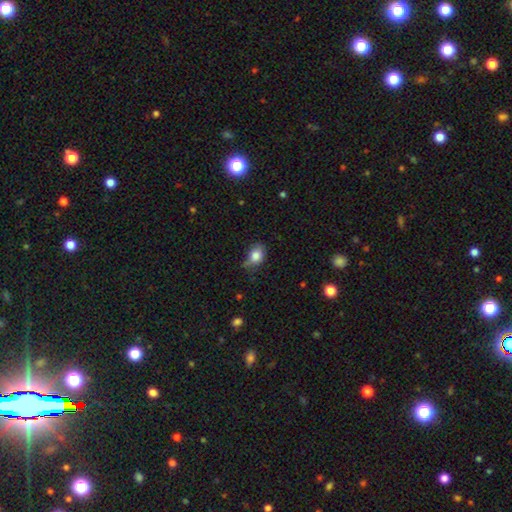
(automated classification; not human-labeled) Smooth or featured?
  - smooth: 81% *
  - featured or disk: 10%
  - star or artifact: 9%
How rounded?
  - in between: 69% *
  - round: 29%
  - cigar-shaped: 2%
Merging?
  - none: 52% *
  - minor disturbance: 37%
  - major disturbance: 8%
  - merger: 3%